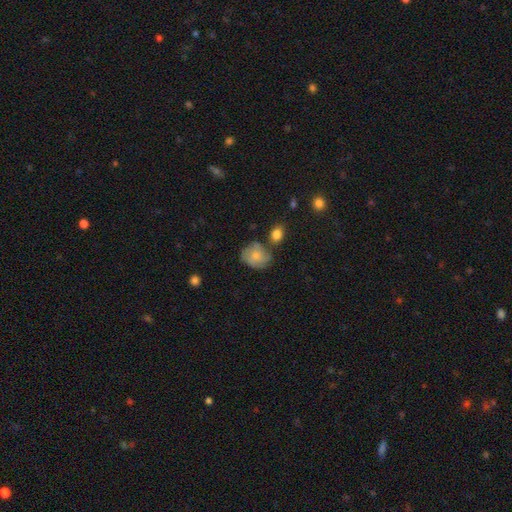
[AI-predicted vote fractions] smooth-or-featured: smooth: 67% | featured or disk: 25% | star or artifact: 8%
  how-rounded: round: 66% | in between: 33% | cigar-shaped: 1%
  merging: none: 58% | minor disturbance: 25% | merger: 10% | major disturbance: 7%